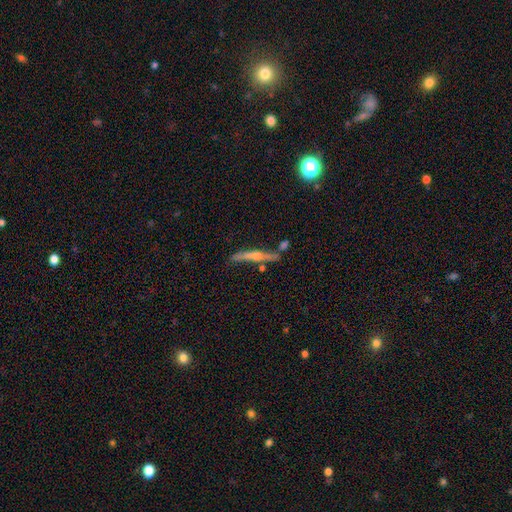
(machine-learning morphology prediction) smooth-or-featured: featured or disk: 72% | smooth: 20% | star or artifact: 8%
  disk-edge-on: yes: 94% | no: 6%
    edge-on-bulge: rounded: 79% | none: 14% | boxy: 6%
  merging: none: 71% | minor disturbance: 17% | merger: 8% | major disturbance: 4%